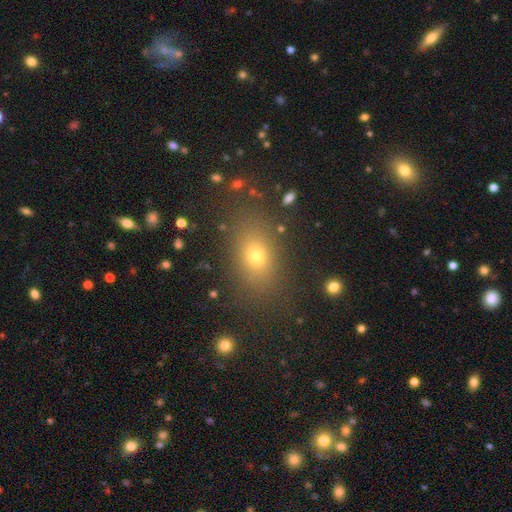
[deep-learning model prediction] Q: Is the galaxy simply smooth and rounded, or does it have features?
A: smooth — 73%.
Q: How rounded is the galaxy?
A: in between — 75%.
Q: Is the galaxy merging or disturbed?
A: none — 83%.